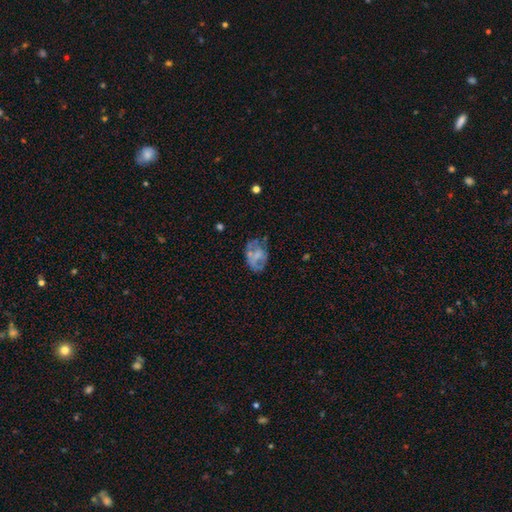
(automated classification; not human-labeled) Morphology: type=featured or disk (49%); merging=none (50%).